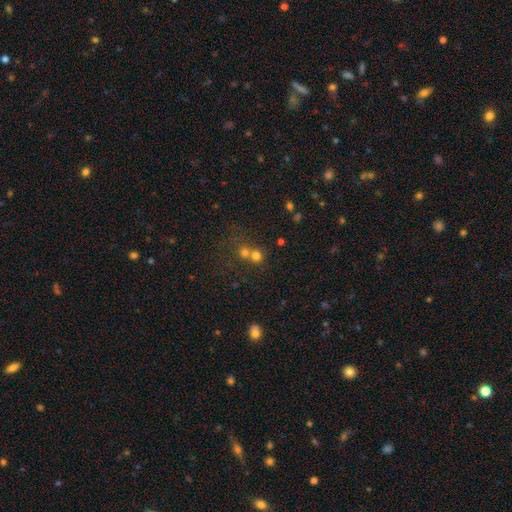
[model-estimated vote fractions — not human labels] A smooth galaxy with no disk features (72%) that is round (86%).

Vote fractions:
- Smooth or featured? smooth: 72% / star or artifact: 18% / featured or disk: 11%
- How rounded? round: 86% / in between: 13% / cigar-shaped: 1%
- Merging? merger: 50% / none: 42% / minor disturbance: 5% / major disturbance: 3%